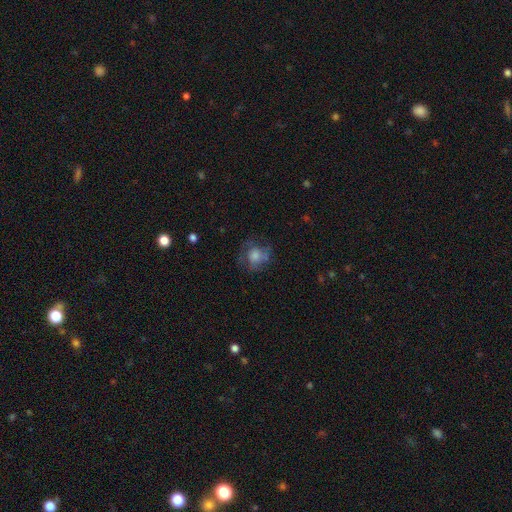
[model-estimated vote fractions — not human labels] The model was most divided on "smooth or featured": smooth: 61%, featured or disk: 29%, star or artifact: 11%. More confident: how rounded — round (77%); merging — none (57%).